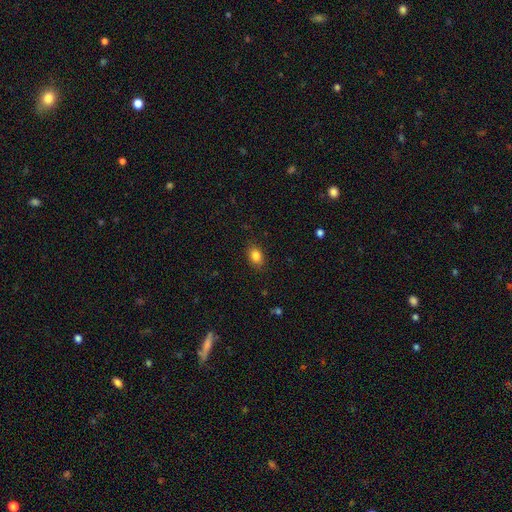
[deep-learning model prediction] Overall: smooth (85%). How rounded: in between (77%). Merging: none (86%).